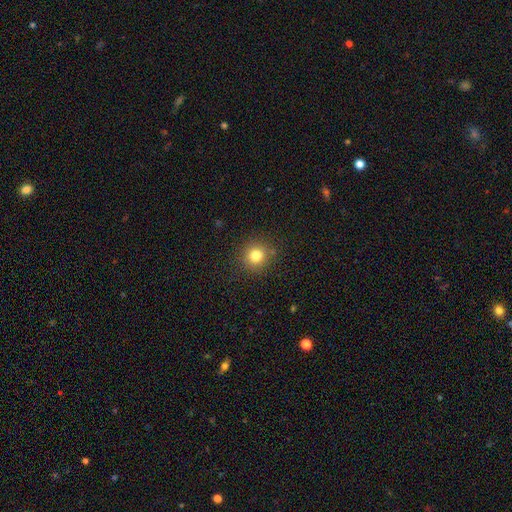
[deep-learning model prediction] The model was most divided on "smooth or featured": smooth: 81%, star or artifact: 13%, featured or disk: 7%. More confident: how rounded — round (92%); merging — none (87%).